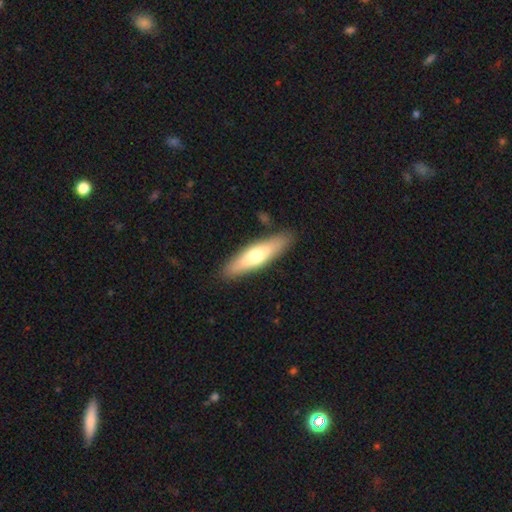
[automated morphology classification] type=smooth (58%); roundness=cigar-shaped (69%); merging=none (88%).